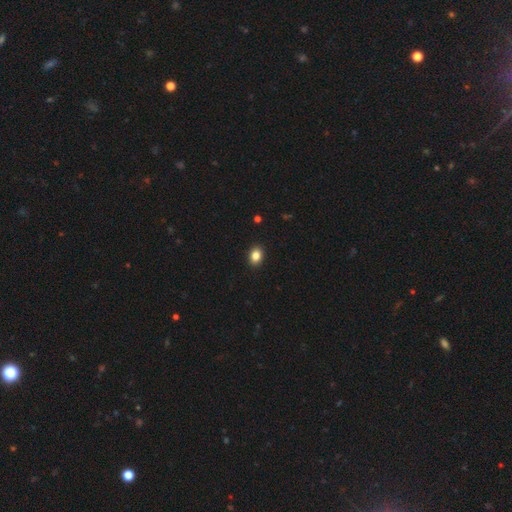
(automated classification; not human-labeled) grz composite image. It shows a smooth galaxy with no disk features (85%) that is in between round and cigar-shaped (64%). Merging: none (91%).